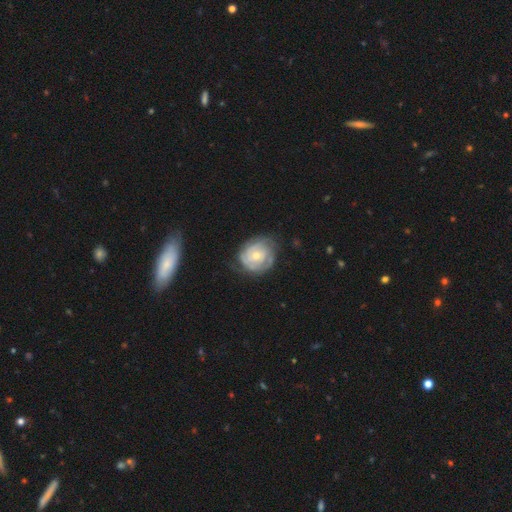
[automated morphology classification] Overall: featured or disk (77%). Edge-on disk: no (98%). Bar: no (75%). Spiral arms: yes (90%). Spiral arm count: can't tell (38%; 2 28%). Spiral winding: tight (72%). Bulge size: moderate (50%; small 46%). Merging: none (67%).